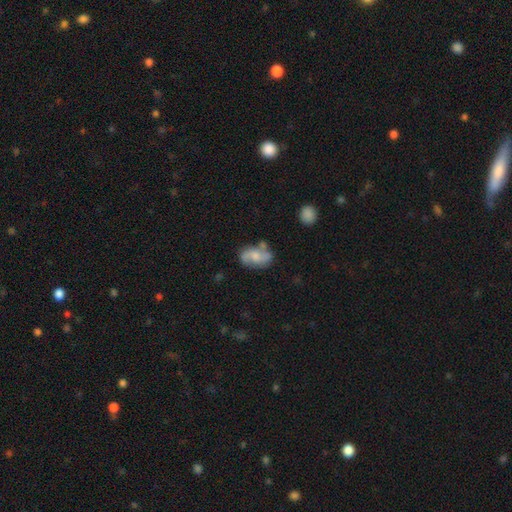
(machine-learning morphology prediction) This is possibly a featured or disk galaxy (52%). It is clearly not viewed edge-on (96%). Bar: possibly no (58%). Spiral arm pattern: clearly yes (83%). Central bulge: possibly moderate (46%). Merging: possibly none (60%).